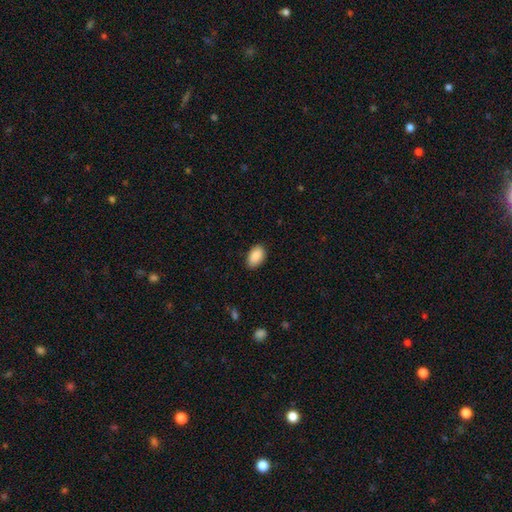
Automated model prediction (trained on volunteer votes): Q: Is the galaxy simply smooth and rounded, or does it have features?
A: smooth — 89%.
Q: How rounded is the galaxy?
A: in between — 93%.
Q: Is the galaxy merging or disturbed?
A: none — 86%.